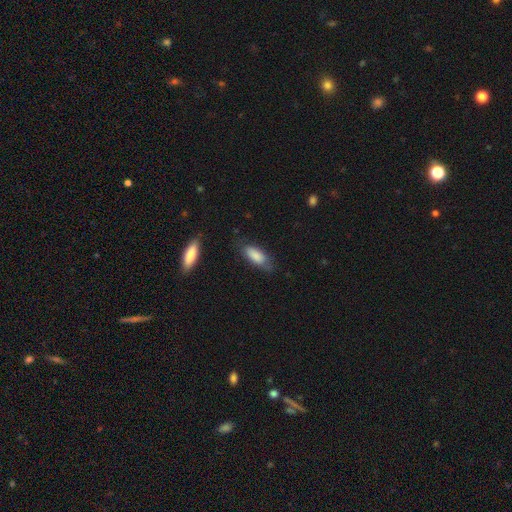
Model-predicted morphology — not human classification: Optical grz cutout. It shows a smooth galaxy with no disk features (83%) that is in between round and cigar-shaped (78%). Merging: none (69%).